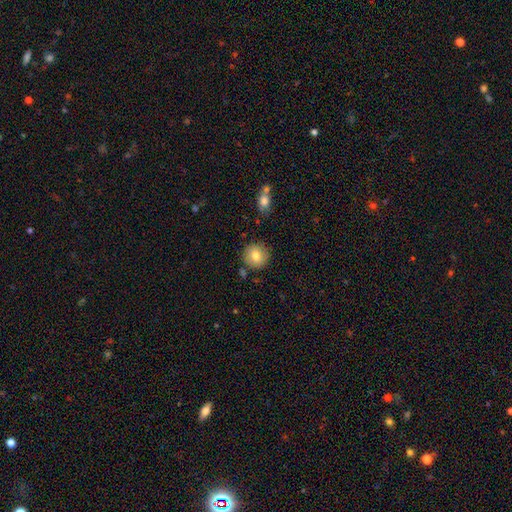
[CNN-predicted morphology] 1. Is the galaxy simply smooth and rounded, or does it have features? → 80% smooth, 11% featured or disk, 9% star or artifact.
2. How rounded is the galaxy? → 93% round, 6% in between, 1% cigar-shaped.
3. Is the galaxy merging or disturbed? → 84% none, 10% minor disturbance, 4% merger, 2% major disturbance.